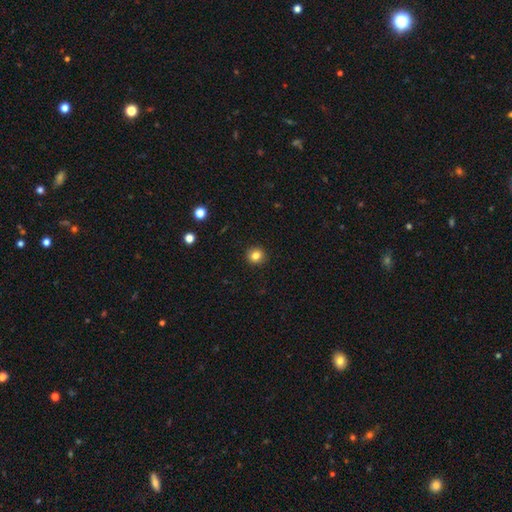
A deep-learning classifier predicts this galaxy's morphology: Smooth or featured? smooth (83%)
How rounded? round (91%)
Merging? none (92%)